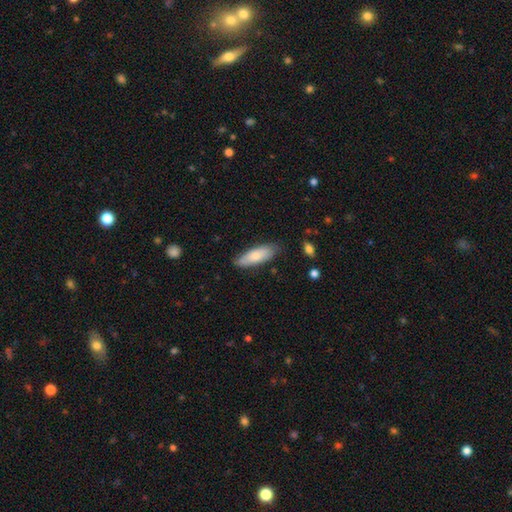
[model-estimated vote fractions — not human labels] Q: Smooth or featured?
A: smooth (77%); runner-up: featured or disk (17%)
Q: How rounded?
A: in between (58%); runner-up: cigar-shaped (40%)
Q: Merging?
A: none (80%); runner-up: minor disturbance (16%)